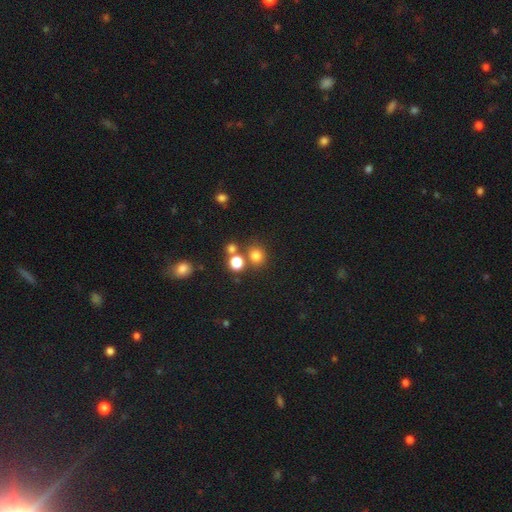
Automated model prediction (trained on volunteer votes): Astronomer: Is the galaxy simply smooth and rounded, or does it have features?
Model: smooth — 77%.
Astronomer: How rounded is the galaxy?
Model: round — 84%.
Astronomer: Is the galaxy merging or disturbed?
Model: none — 71%.